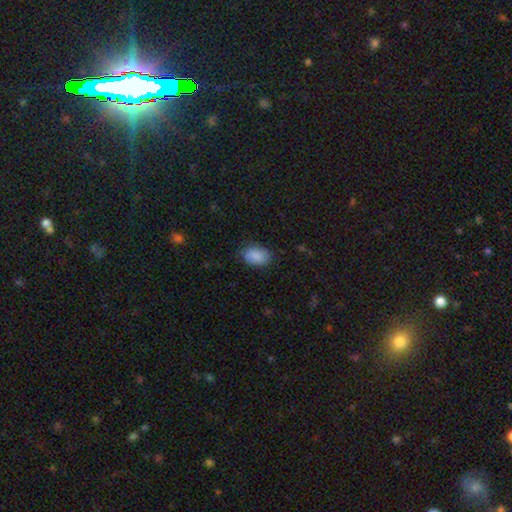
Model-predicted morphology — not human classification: smooth-or-featured: smooth: 88% | star or artifact: 7% | featured or disk: 5%
  how-rounded: in between: 85% | round: 14% | cigar-shaped: 1%
  merging: none: 79% | minor disturbance: 17% | major disturbance: 4% | merger: 1%